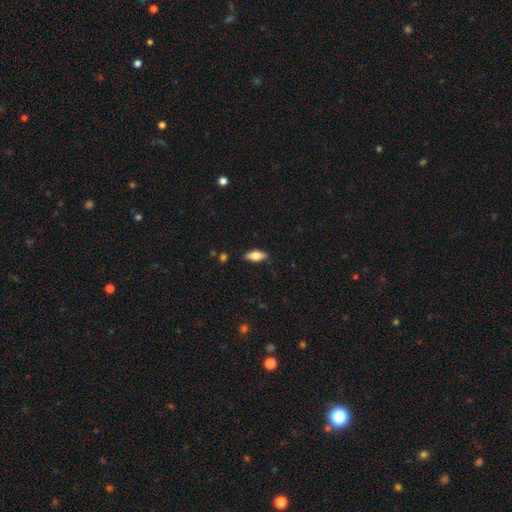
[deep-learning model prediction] smooth_or_featured: smooth (p=0.70) [alt: featured or disk p=0.23]
how_rounded: in between (p=0.81) [alt: cigar-shaped p=0.16]
merging: none (p=0.85) [alt: minor disturbance p=0.12]